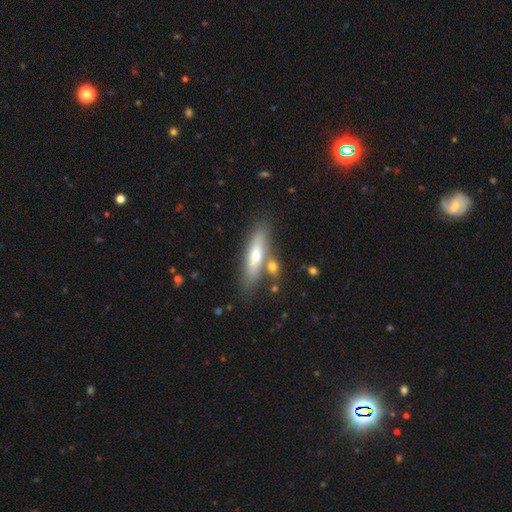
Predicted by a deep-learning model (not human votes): smooth_or_featured: smooth (p=0.57) [alt: featured or disk p=0.36]
how_rounded: cigar-shaped (p=0.72) [alt: in between p=0.26]
merging: none (p=0.72) [alt: minor disturbance p=0.13]